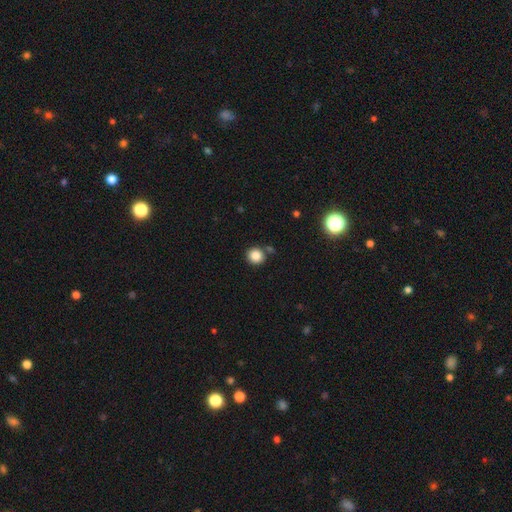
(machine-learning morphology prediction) Smooth or featured? smooth (85%)
How rounded? round (91%)
Merging? none (80%)